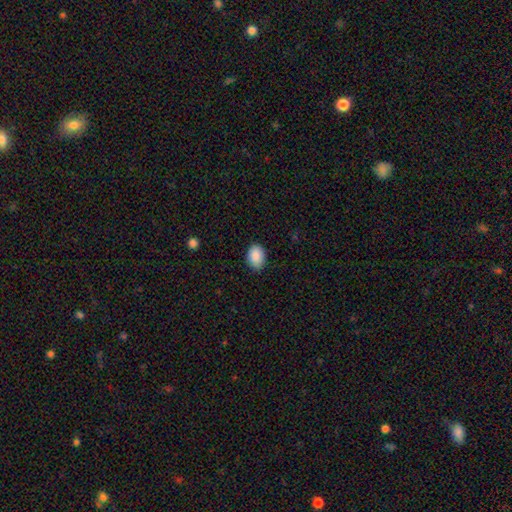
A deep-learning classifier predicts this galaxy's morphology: Overall: smooth (89%). How rounded: in between (80%). Merging: none (85%).